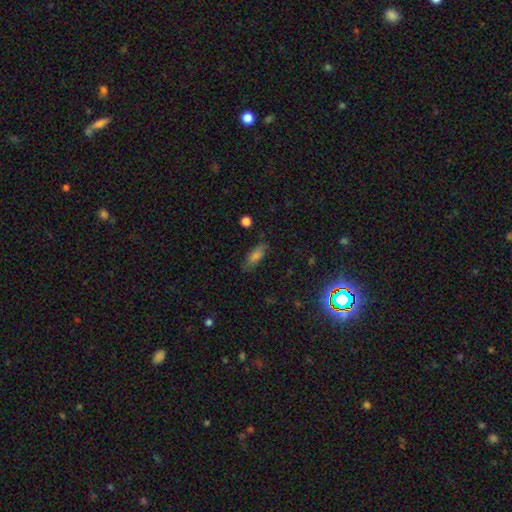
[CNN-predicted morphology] A smooth galaxy with no disk features (65%) that is in between round and cigar-shaped (69%). Merging: none (79%).